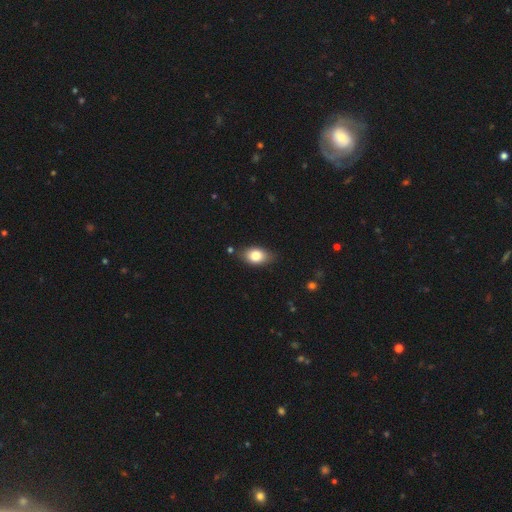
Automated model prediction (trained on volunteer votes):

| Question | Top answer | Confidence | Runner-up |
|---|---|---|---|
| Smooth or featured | smooth | 80% | featured or disk (12%) |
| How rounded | in between | 84% | round (14%) |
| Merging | none | 78% | minor disturbance (17%) |